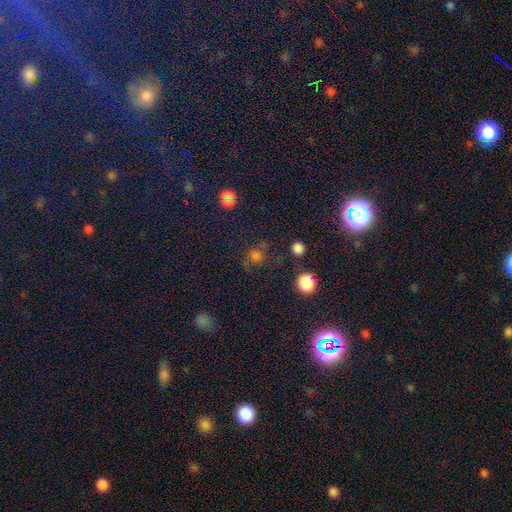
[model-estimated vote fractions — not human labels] A star or artifact, not a galaxy (54%).